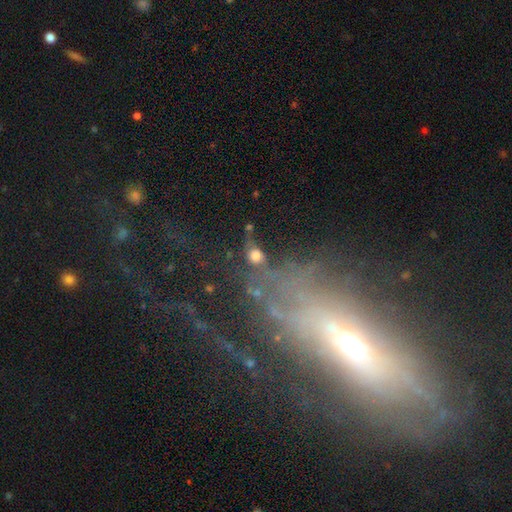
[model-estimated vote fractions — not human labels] Q: Smooth or featured?
A: smooth (61%); runner-up: featured or disk (22%)
Q: How rounded?
A: round (65%); runner-up: in between (31%)
Q: Merging?
A: none (46%); runner-up: minor disturbance (19%)